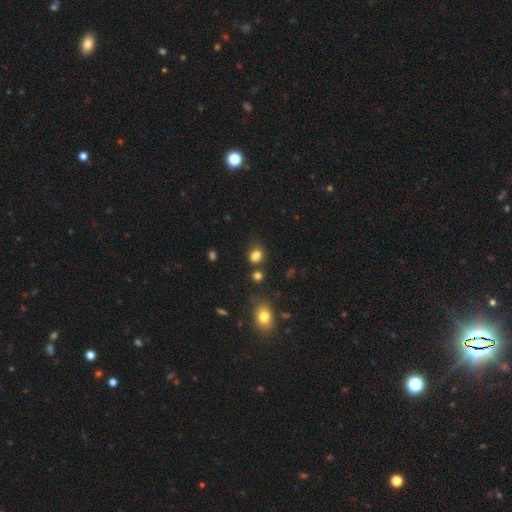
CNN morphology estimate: Smooth or featured? smooth (80%)
How rounded? in between (52%)
Merging? none (62%)